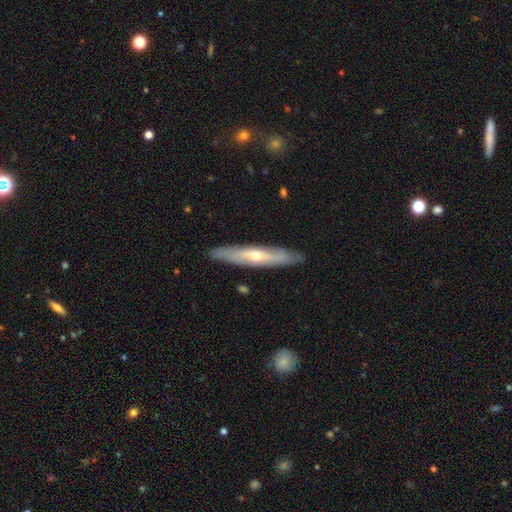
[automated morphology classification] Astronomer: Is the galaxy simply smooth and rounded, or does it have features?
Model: featured or disk — 66%.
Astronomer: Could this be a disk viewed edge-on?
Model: yes — 77%.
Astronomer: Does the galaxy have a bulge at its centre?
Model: rounded — 79%.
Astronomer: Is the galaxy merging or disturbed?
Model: none — 87%.